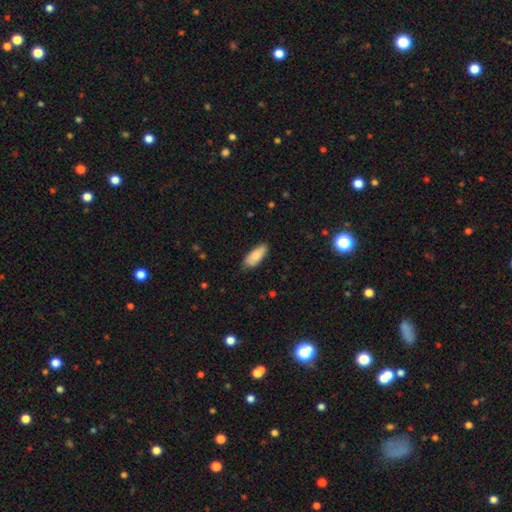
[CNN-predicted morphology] type=smooth (85%); roundness=in between (81%); merging=none (78%).